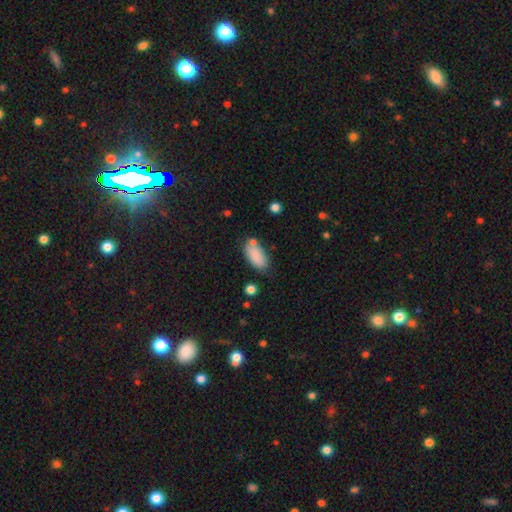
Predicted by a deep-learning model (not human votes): smooth_or_featured: smooth (p=0.86) [alt: star or artifact p=0.08]
how_rounded: in between (p=0.90) [alt: cigar-shaped p=0.08]
merging: none (p=0.67) [alt: minor disturbance p=0.19]